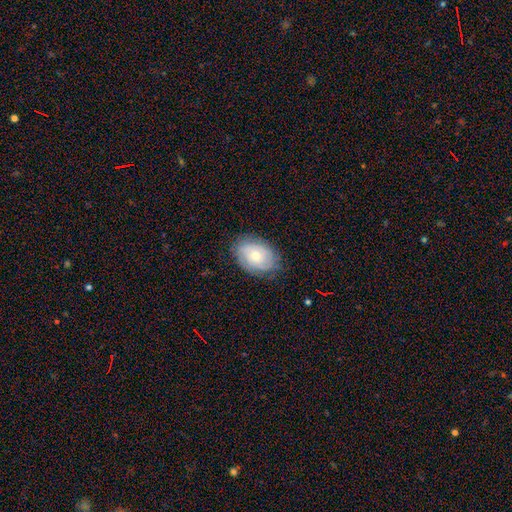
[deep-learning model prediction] Morphology: type=featured or disk (52%); edge-on=no (95%); merging=none (78%).